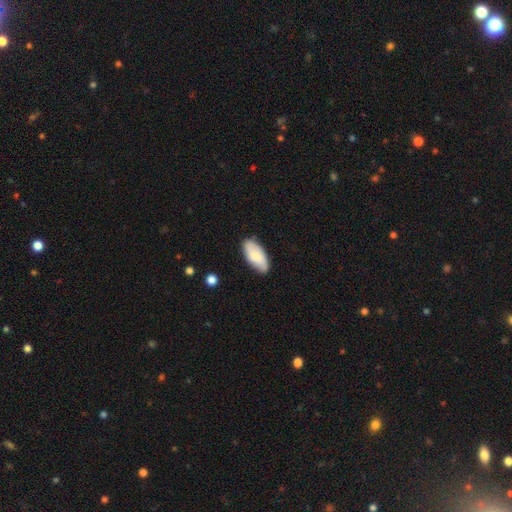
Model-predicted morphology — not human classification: A smooth galaxy with no disk features (72%) that is in between round and cigar-shaped (90%).

Vote fractions:
- Smooth or featured? smooth: 72% / featured or disk: 22% / star or artifact: 6%
- How rounded? in between: 90% / cigar-shaped: 8% / round: 2%
- Merging? none: 81% / minor disturbance: 15% / major disturbance: 3% / merger: 1%